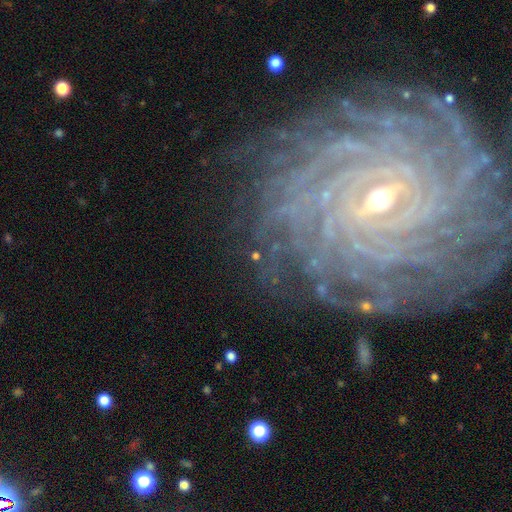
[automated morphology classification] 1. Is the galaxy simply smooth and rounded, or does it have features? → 88% featured or disk, 7% star or artifact, 5% smooth.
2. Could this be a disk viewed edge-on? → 97% no, 3% yes.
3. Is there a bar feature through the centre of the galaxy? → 45% weak, 33% strong, 22% no.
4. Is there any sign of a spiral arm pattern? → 98% yes, 2% no.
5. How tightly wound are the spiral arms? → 88% tight, 10% medium, 2% loose.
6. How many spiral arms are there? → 43% more than 4, 19% can't tell, 14% 4, 8% 3, 8% 2, 7% 1.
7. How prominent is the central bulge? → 55% small, 42% moderate, 2% large, 1% none, 1% dominant.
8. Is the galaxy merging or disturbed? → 83% none, 11% minor disturbance, 5% major disturbance, 1% merger.